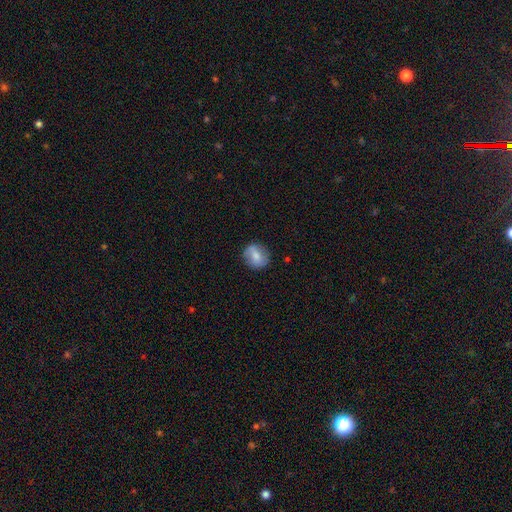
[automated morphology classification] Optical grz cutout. It shows a smooth galaxy with no disk features (67%) that is round (75%). Merging: none (80%).